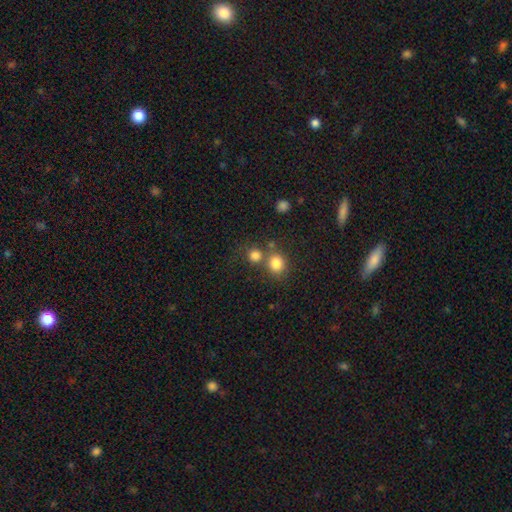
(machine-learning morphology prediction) smooth 79%, star or artifact 14%, featured or disk 7%. Down the decision tree: how rounded — round (84%); merging — none (55%).